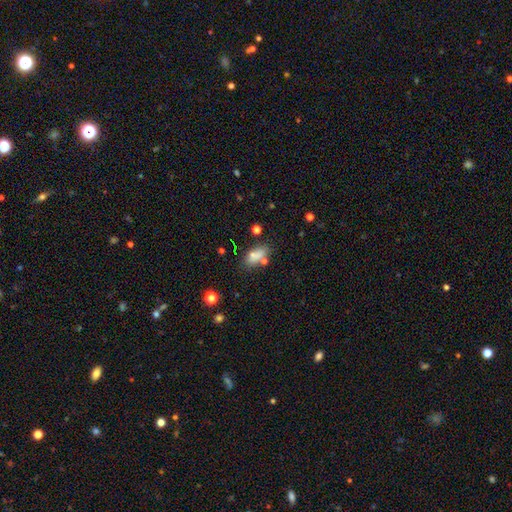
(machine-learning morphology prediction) This appears to be a smooth galaxy with no disk features (76%) that is in between round and cigar-shaped (83%). Merging: none (64%).